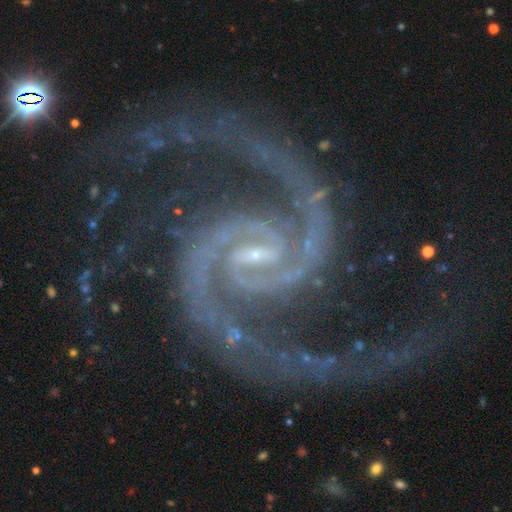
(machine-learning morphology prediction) A featured or disk galaxy (95%) with a weak bar (43%), 2 (93%) medium (62%) spiral arms (99%) and a small central bulge (73%).

Vote fractions:
- Smooth or featured? featured or disk: 95% / star or artifact: 4% / smooth: 2%
- Edge-on disk? no: 99% / yes: 1%
- Bar? weak: 43% / no: 36% / strong: 20%
- Spiral arms? yes: 99% / no: 1%
- Spiral winding? medium: 62% / tight: 23% / loose: 15%
- Spiral arm count? 2: 93% / 3: 2% / can't tell: 1% / 1: 1% / 4: 1% / more than 4: 1%
- Bulge size? small: 73% / moderate: 16% / none: 8% / large: 2% / dominant: 1%
- Merging? none: 71% / minor disturbance: 15% / major disturbance: 11% / merger: 3%